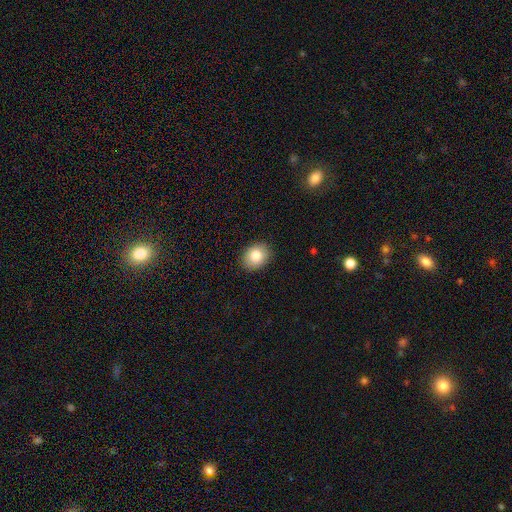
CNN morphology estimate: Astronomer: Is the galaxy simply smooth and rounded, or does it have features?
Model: smooth — 81%.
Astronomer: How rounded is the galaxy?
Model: in between — 54% (runner-up: round, 46%).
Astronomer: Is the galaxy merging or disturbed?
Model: none — 89%.